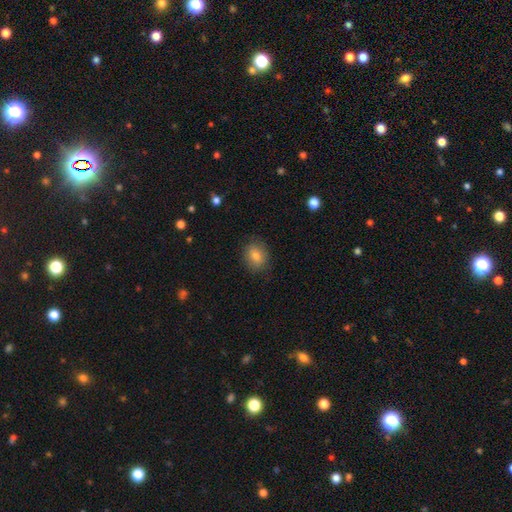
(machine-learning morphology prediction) The model was most divided on "how rounded": round: 53%, in between: 46%, cigar-shaped: 1%. More confident: merging — none (83%); smooth or featured — smooth (80%).